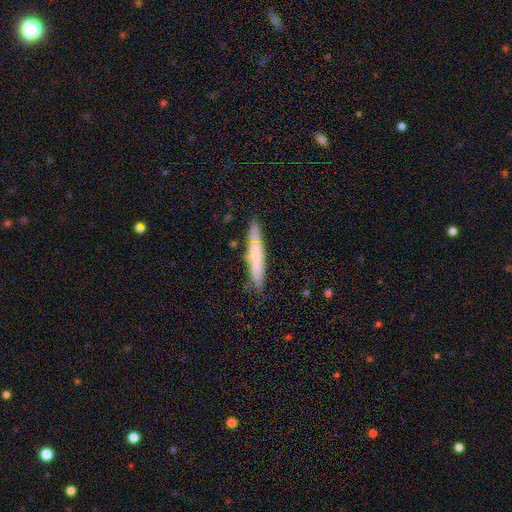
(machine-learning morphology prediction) smooth 60%, featured or disk 33%, star or artifact 7%. Down the decision tree: how rounded — cigar-shaped (92%); merging — none (77%).